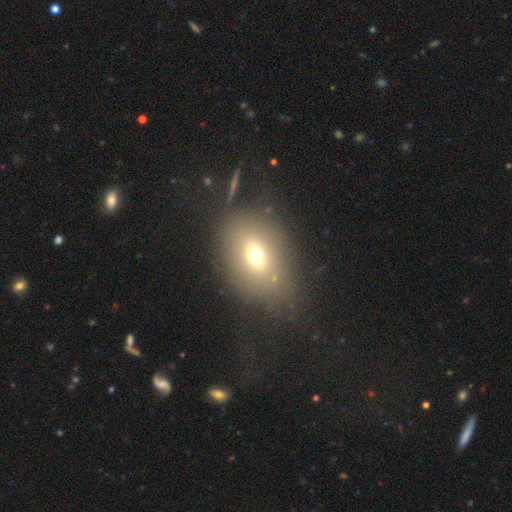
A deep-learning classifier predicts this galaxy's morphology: A smooth galaxy with no disk features (65%) that is in between round and cigar-shaped (67%).

Vote fractions:
- Smooth or featured? smooth: 65% / featured or disk: 18% / star or artifact: 16%
- How rounded? in between: 67% / round: 31% / cigar-shaped: 2%
- Merging? none: 66% / minor disturbance: 15% / major disturbance: 11% / merger: 7%